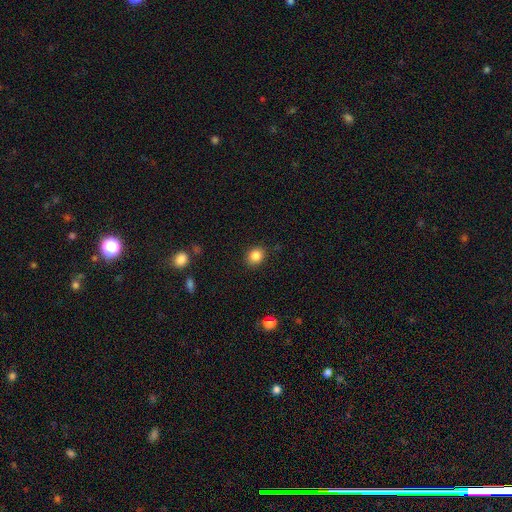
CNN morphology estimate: This is clearly a smooth galaxy (85%). How rounded: likely round (65%). Merging: clearly none (88%).